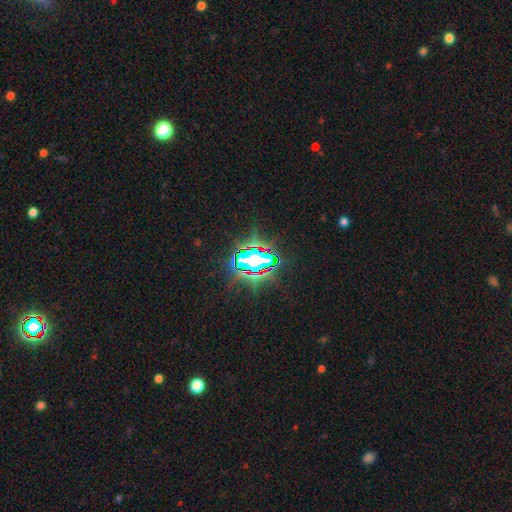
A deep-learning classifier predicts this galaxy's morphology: This appears to be a star or artifact, not a galaxy (76%).